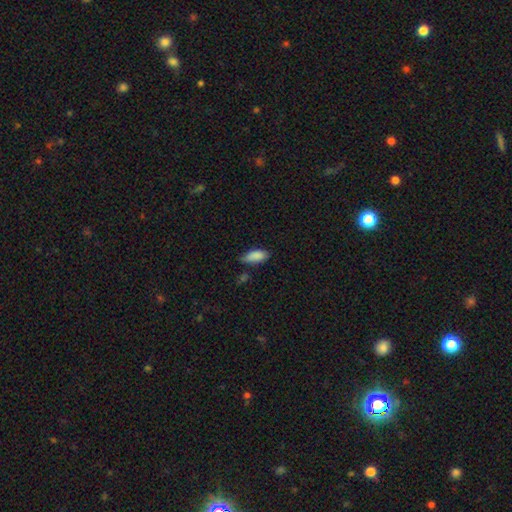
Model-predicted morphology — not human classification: smooth 86%, star or artifact 7%, featured or disk 7%. Down the decision tree: how rounded — in between (84%); merging — none (54%).